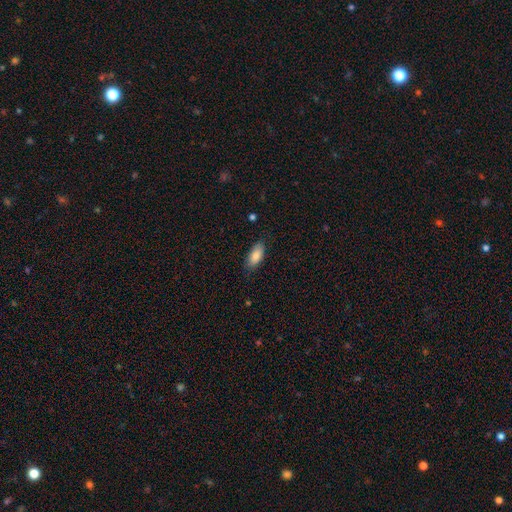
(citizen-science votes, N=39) Smooth or featured?
  - smooth: 79% *
  - featured or disk: 10%
  - star or artifact: 10%
How rounded?
  - in between: 87% *
  - cigar-shaped: 13%
  - round: 0%
Merging?
  - none: 74% *
  - minor disturbance: 26%
  - major disturbance: 0%
  - merger: 0%